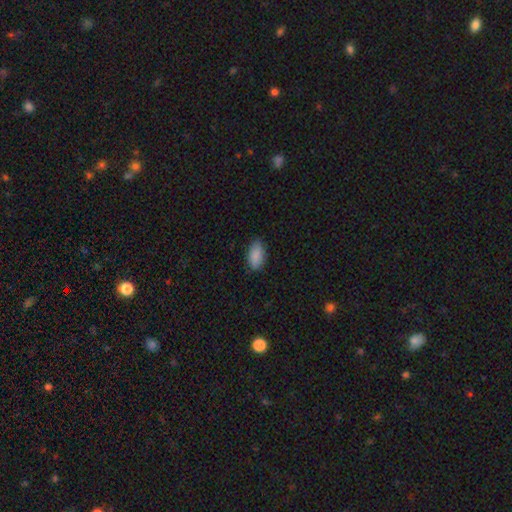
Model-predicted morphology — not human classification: Overall: smooth (88%). How rounded: in between (93%). Merging: none (82%).